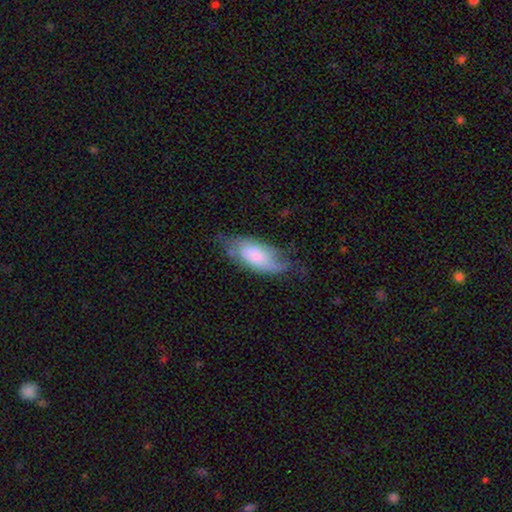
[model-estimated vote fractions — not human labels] The model was most divided on "merging": none: 49%, minor disturbance: 33%, major disturbance: 15%, merger: 3%. More confident: how rounded — in between (87%); smooth or featured — smooth (58%).